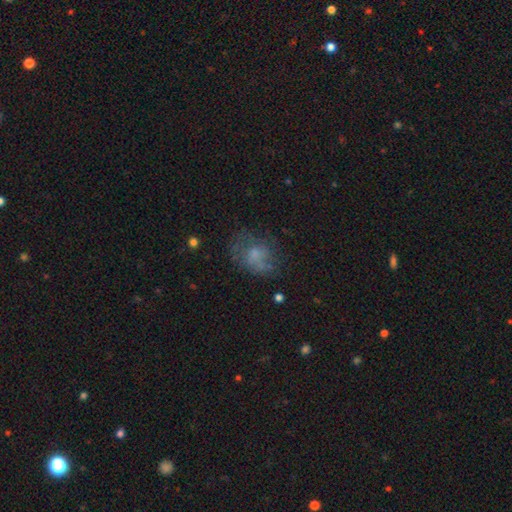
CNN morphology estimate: This appears to be a smooth galaxy with no disk features (49%). Merging: none (46%).